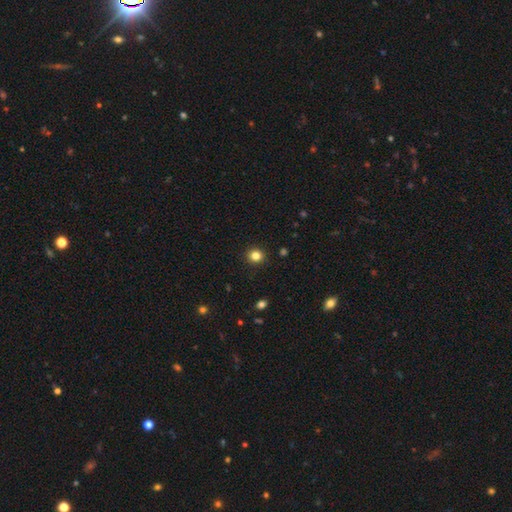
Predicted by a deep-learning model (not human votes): This appears to be a smooth galaxy with no disk features (83%) that is round (89%). Merging: none (92%).